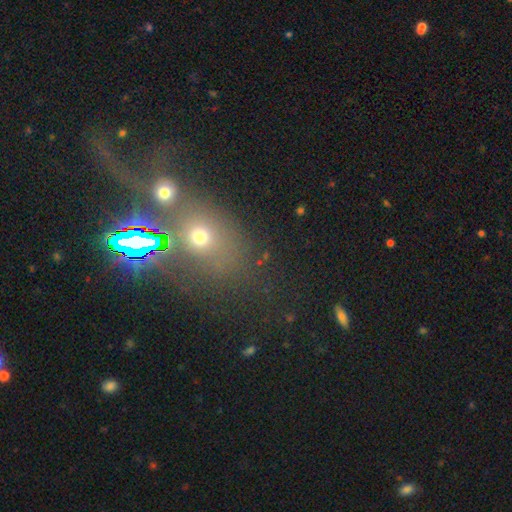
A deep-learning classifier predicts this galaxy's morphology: A star or artifact, not a galaxy (47%).